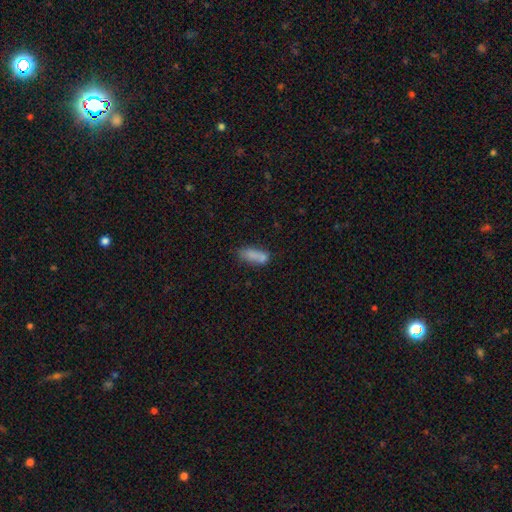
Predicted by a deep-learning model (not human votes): This appears to be a smooth galaxy with no disk features (77%) that is in between round and cigar-shaped (72%). Merging: none (48%).